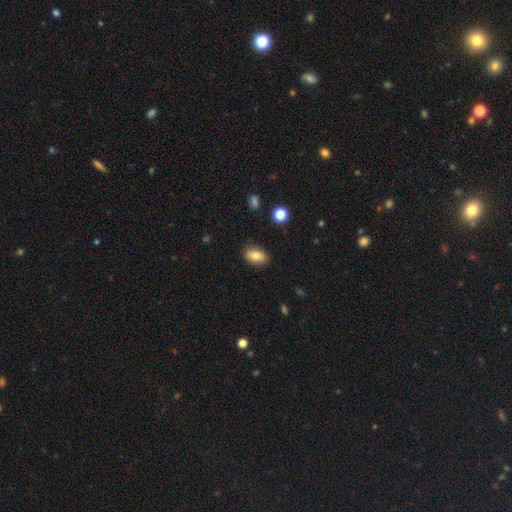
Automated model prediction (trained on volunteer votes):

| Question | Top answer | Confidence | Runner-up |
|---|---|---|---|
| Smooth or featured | smooth | 82% | featured or disk (10%) |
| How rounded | in between | 88% | round (9%) |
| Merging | none | 85% | minor disturbance (11%) |